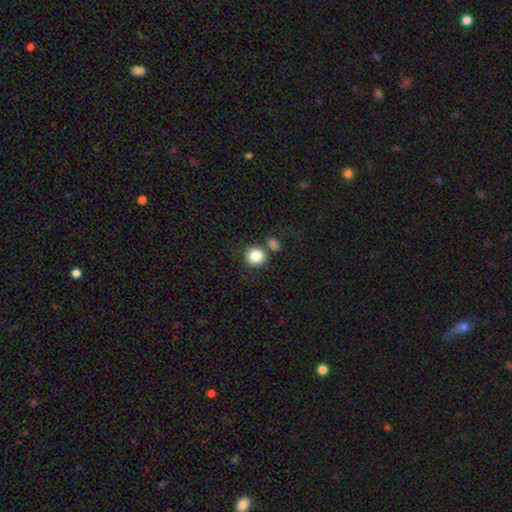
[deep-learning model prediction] This appears to be a smooth galaxy with no disk features (85%) that is round (91%). Merging: none (73%).